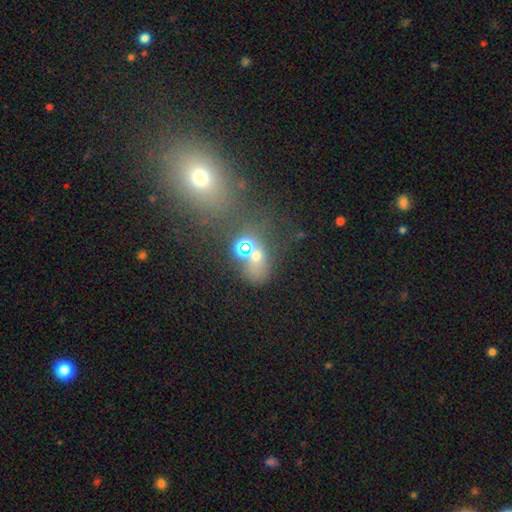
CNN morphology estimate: smooth-or-featured: smooth: 53% | star or artifact: 27% | featured or disk: 20%
  how-rounded: in between: 52% | round: 45% | cigar-shaped: 3%
  merging: merger: 45% | none: 37% | minor disturbance: 10% | major disturbance: 7%